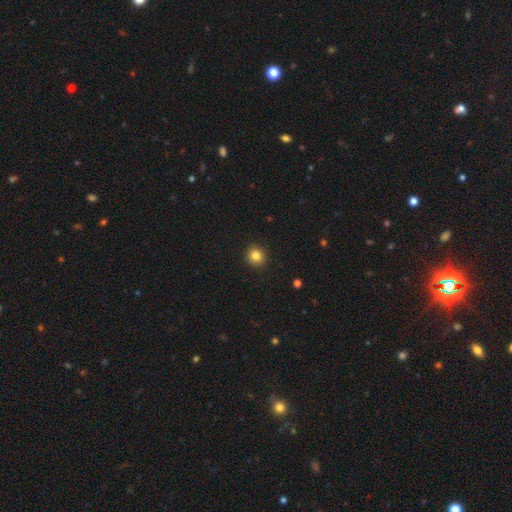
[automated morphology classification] This is clearly a smooth galaxy (83%). How rounded: clearly round (89%). Merging: clearly none (92%).